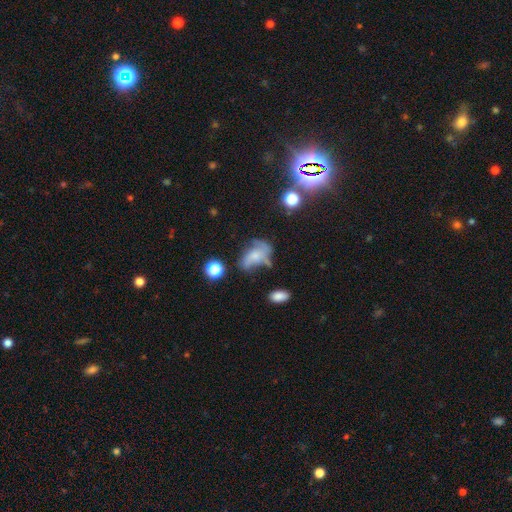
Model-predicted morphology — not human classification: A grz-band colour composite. It shows a featured or disk galaxy (47%). Merging: major disturbance (30%).